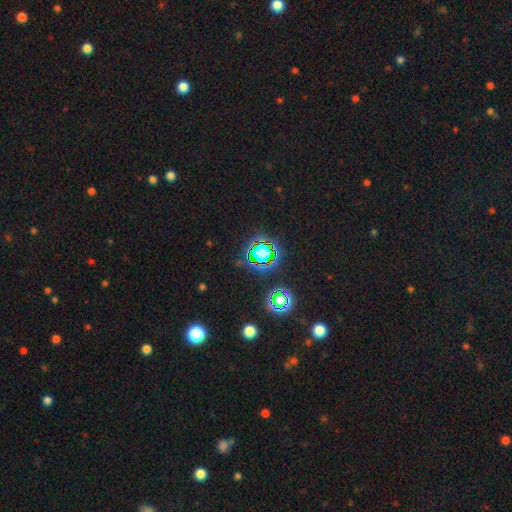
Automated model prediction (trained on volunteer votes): This is clearly a star or artifact rather than a galaxy (80%).